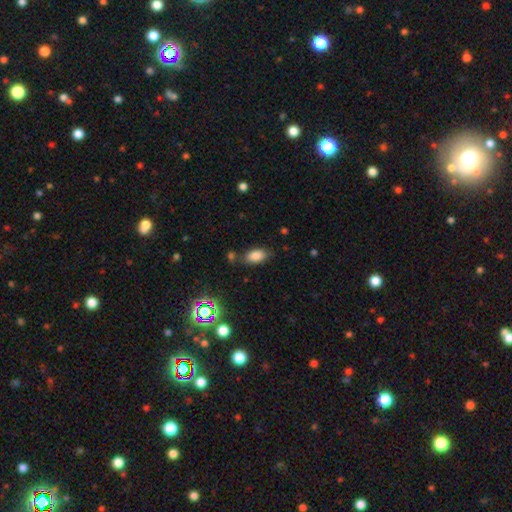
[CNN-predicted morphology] smooth_or_featured: smooth (p=0.83) [alt: star or artifact p=0.11]
how_rounded: in between (p=0.91) [alt: round p=0.05]
merging: none (p=0.77) [alt: minor disturbance p=0.14]